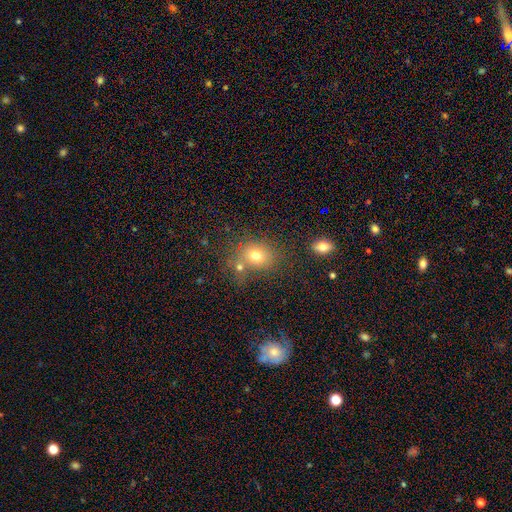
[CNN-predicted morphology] smooth_or_featured: smooth (p=0.73) [alt: star or artifact p=0.15]
how_rounded: round (p=0.62) [alt: in between p=0.37]
merging: none (p=0.55) [alt: merger p=0.26]